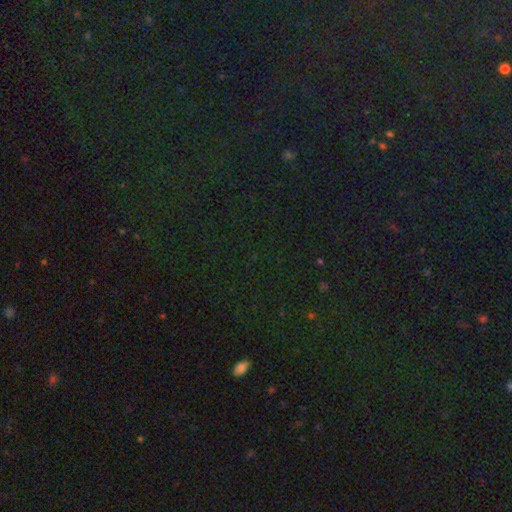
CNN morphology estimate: This appears to be a star or artifact, not a galaxy (79%).